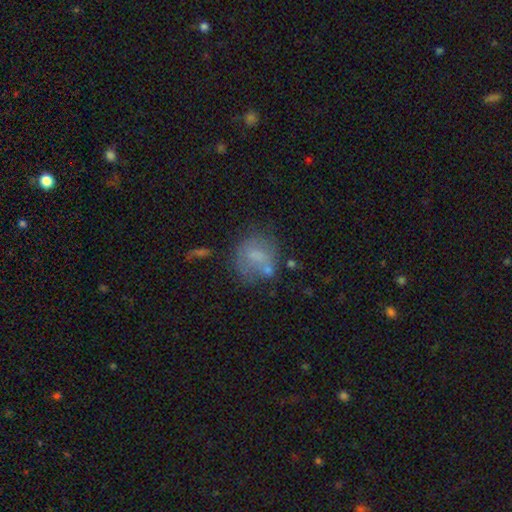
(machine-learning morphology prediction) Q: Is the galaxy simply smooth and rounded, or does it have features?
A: smooth — 58%.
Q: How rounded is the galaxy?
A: round — 68%.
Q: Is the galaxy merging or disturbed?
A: none — 45%.